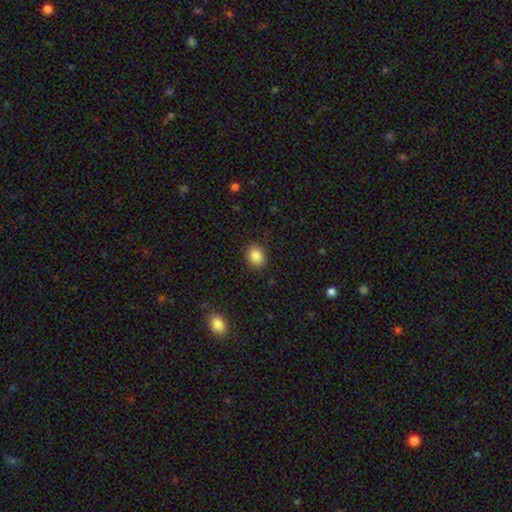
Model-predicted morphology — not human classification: Smooth or featured?
  - smooth: 86% *
  - star or artifact: 9%
  - featured or disk: 4%
How rounded?
  - round: 65% *
  - in between: 34%
  - cigar-shaped: 1%
Merging?
  - none: 88% *
  - minor disturbance: 9%
  - major disturbance: 3%
  - merger: 1%